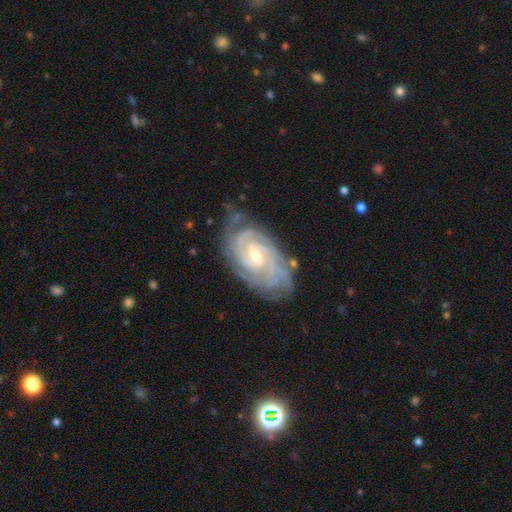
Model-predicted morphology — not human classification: Q: Smooth or featured?
A: featured or disk (91%); runner-up: star or artifact (5%)
Q: Edge-on disk?
A: no (97%); runner-up: yes (3%)
Q: Bar?
A: weak (53%); runner-up: no (31%)
Q: Spiral arms?
A: yes (98%); runner-up: no (2%)
Q: Spiral winding?
A: tight (78%); runner-up: medium (19%)
Q: Spiral arm count?
A: 2 (28%); runner-up: 3 (22%)
Q: Bulge size?
A: small (66%); runner-up: moderate (30%)
Q: Merging?
A: none (71%); runner-up: minor disturbance (21%)